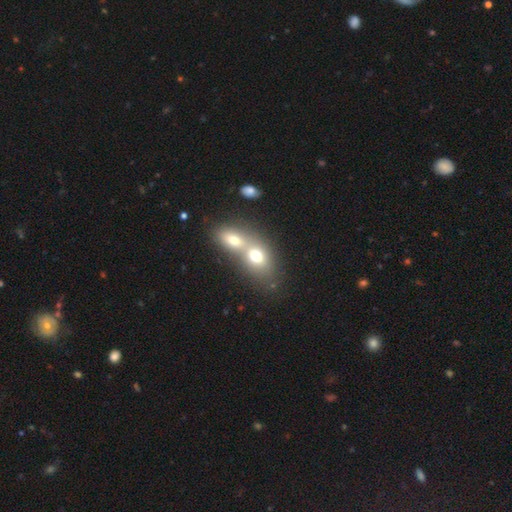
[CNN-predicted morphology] smooth 70%, featured or disk 19%, star or artifact 11%. Down the decision tree: how rounded — in between (68%); merging — merger (69%).